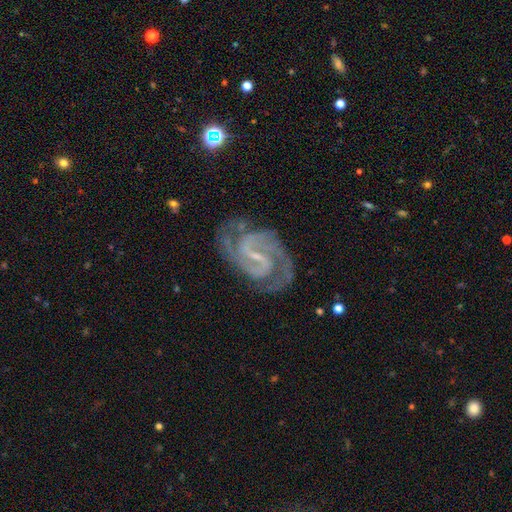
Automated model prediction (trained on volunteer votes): This appears to be a featured or disk galaxy (93%) with a weak bar (47%), 2 (87%) medium (55%) spiral arms (98%) and a small central bulge (70%). Merging: none (75%).